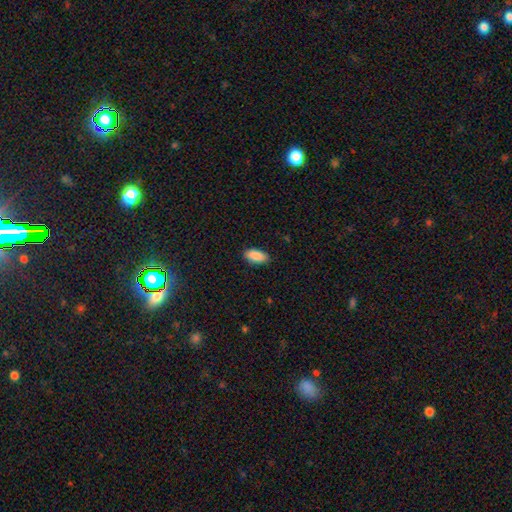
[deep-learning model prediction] A smooth galaxy with no disk features (90%) that is in between round and cigar-shaped (90%). Merging: none (87%).